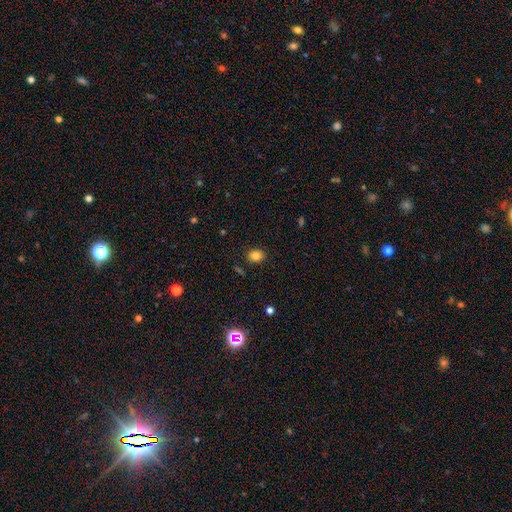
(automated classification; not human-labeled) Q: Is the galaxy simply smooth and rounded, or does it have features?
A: smooth — 82%.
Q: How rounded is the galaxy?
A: round — 53%.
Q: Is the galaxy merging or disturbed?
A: none — 88%.